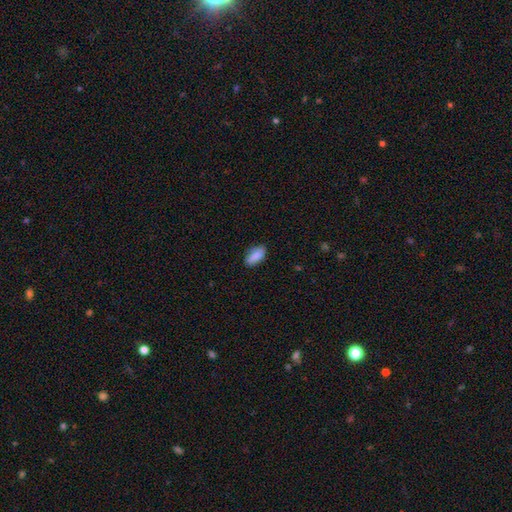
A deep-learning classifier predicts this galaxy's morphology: A smooth galaxy with no disk features (87%) that is in between round and cigar-shaped (88%).

Vote fractions:
- Smooth or featured? smooth: 87% / star or artifact: 7% / featured or disk: 6%
- How rounded? in between: 88% / cigar-shaped: 10% / round: 3%
- Merging? none: 81% / minor disturbance: 15% / major disturbance: 3% / merger: 1%